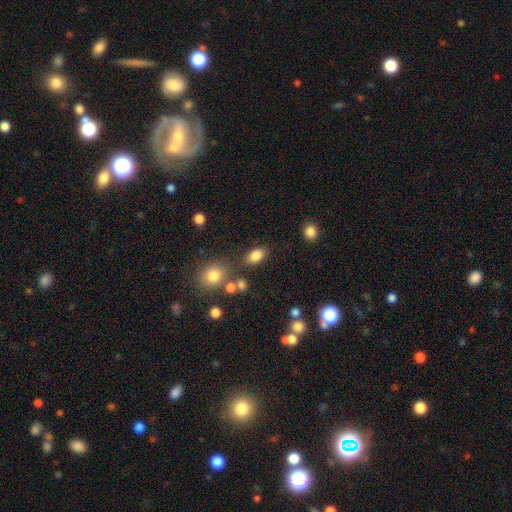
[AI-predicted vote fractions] smooth 84%, star or artifact 10%, featured or disk 6%. Down the decision tree: how rounded — in between (85%); merging — none (76%).